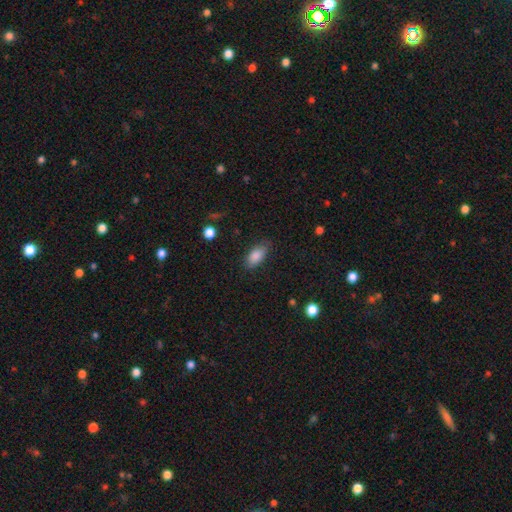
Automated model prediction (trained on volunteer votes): smooth-or-featured: smooth: 86% | star or artifact: 7% | featured or disk: 6%
  how-rounded: in between: 89% | cigar-shaped: 8% | round: 3%
  merging: none: 78% | minor disturbance: 16% | major disturbance: 4% | merger: 1%